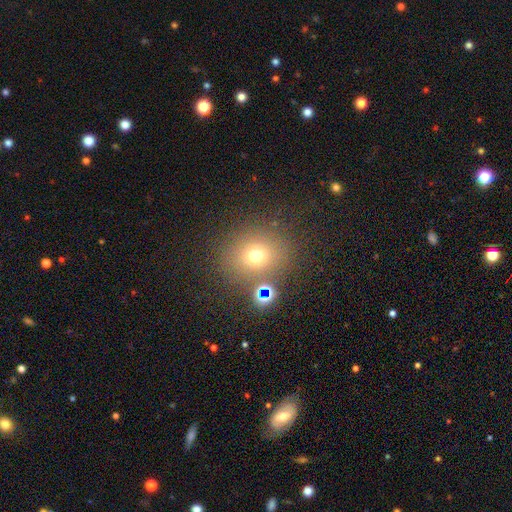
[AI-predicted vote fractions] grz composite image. It shows a smooth galaxy with no disk features (69%) that is round (75%). Merging: none (78%).